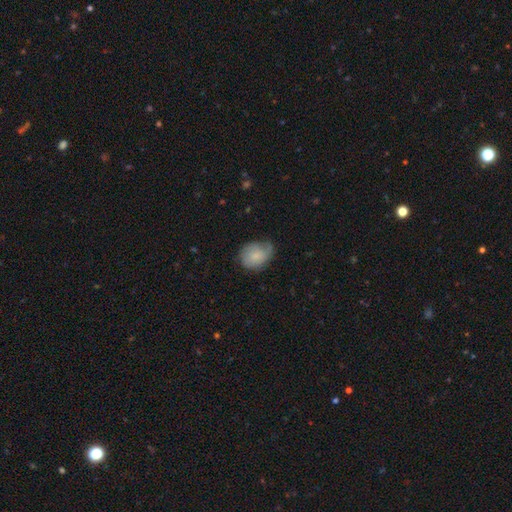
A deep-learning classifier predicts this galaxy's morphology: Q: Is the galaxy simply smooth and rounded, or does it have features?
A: smooth — 74%.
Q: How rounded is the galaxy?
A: in between — 50%.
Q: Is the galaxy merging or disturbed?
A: none — 46%.